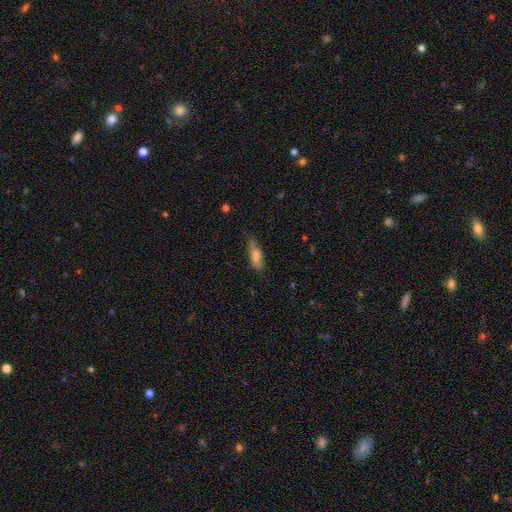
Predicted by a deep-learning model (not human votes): smooth 75%, featured or disk 18%, star or artifact 7%. Down the decision tree: how rounded — in between (56%); merging — none (47%).